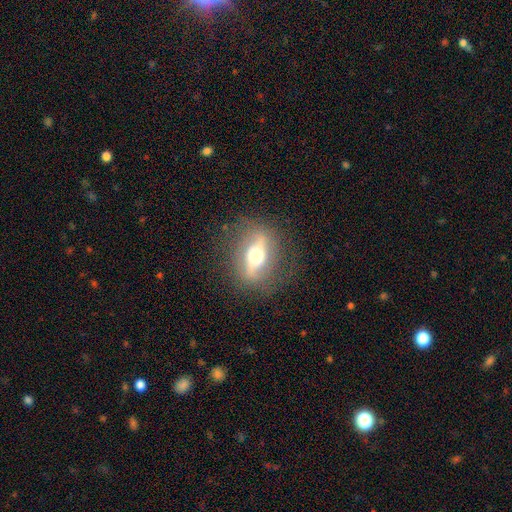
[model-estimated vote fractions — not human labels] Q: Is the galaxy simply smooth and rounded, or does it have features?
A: featured or disk — 68%.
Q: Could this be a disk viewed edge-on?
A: no — 60%.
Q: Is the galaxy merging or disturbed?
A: none — 80%.